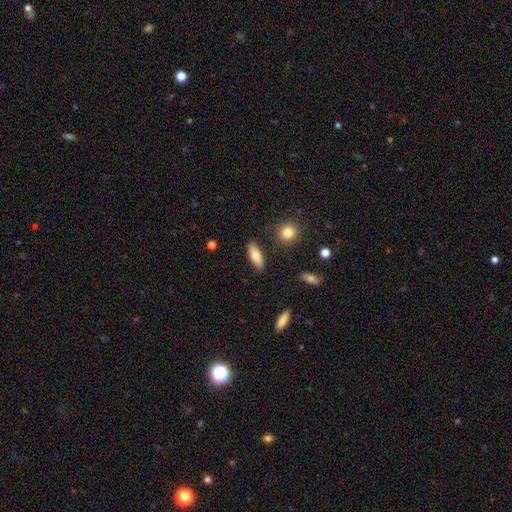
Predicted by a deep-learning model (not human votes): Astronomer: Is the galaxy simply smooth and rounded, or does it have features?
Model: smooth — 81%.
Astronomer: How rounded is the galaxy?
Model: in between — 66%.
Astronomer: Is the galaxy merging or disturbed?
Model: none — 85%.